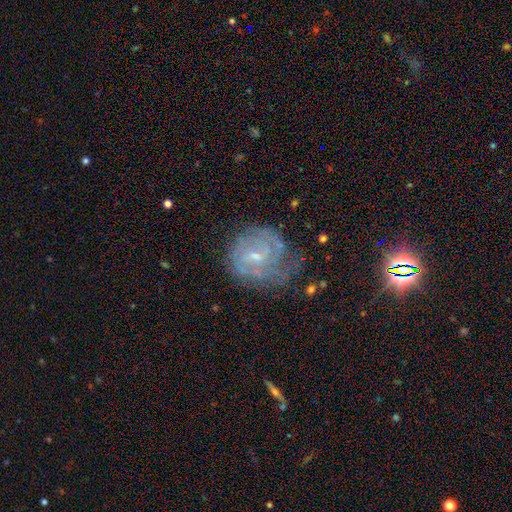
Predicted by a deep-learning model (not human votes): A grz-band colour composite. It shows a featured or disk galaxy (79%) with a weak bar (56%), tight (60%) spiral arms (91%) and a small central bulge (70%). Merging: none (57%).